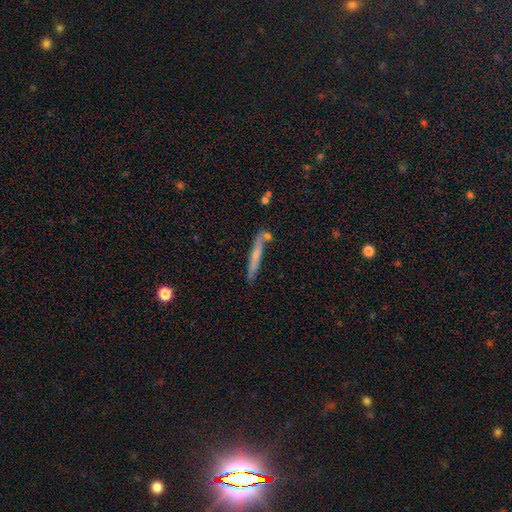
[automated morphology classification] This appears to be a smooth galaxy with no disk features (51%) that is cigar-shaped (94%). Merging: none (74%).